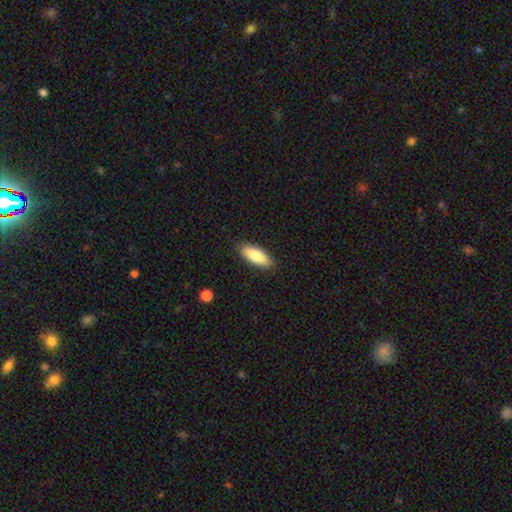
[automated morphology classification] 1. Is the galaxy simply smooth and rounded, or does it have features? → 84% smooth, 10% featured or disk, 6% star or artifact.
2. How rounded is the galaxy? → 72% in between, 26% cigar-shaped, 2% round.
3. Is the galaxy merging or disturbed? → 87% none, 10% minor disturbance, 2% major disturbance, 1% merger.